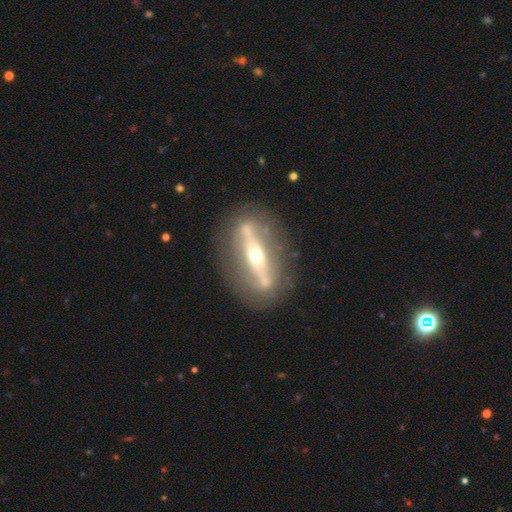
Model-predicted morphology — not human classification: A featured or disk galaxy (76%) viewed edge-on (54%). Merging: none (75%).